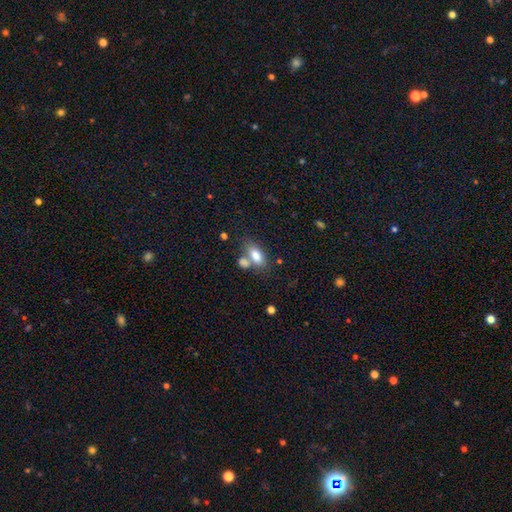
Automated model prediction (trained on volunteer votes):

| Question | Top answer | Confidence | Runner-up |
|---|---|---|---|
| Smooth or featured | smooth | 79% | featured or disk (13%) |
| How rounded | in between | 85% | cigar-shaped (10%) |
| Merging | none | 49% | merger (33%) |